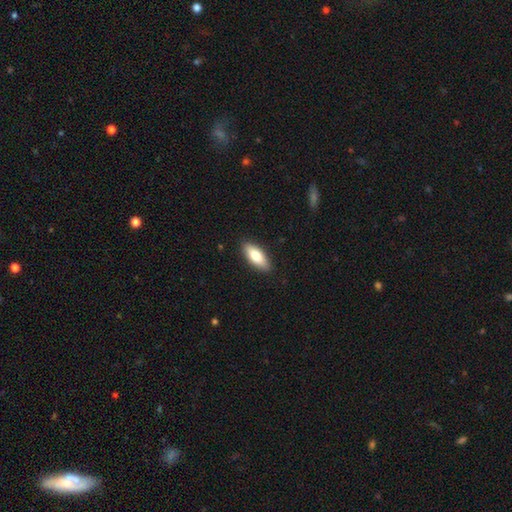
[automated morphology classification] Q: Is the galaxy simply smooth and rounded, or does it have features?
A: smooth — 78%.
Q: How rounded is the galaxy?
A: in between — 78%.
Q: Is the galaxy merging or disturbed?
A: none — 89%.